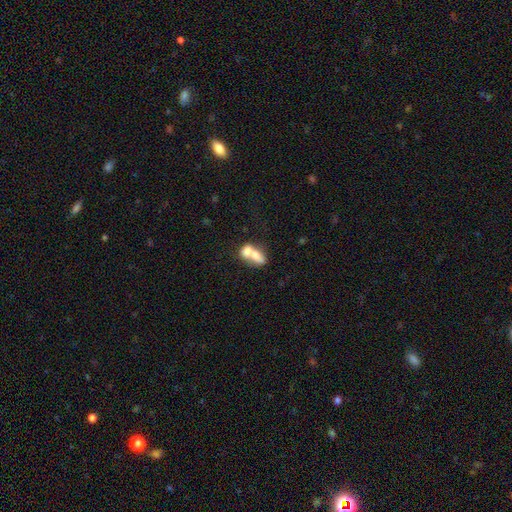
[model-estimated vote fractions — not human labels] Q: Smooth or featured?
A: smooth (65%); runner-up: featured or disk (26%)
Q: How rounded?
A: in between (78%); runner-up: round (16%)
Q: Merging?
A: merger (70%); runner-up: none (18%)